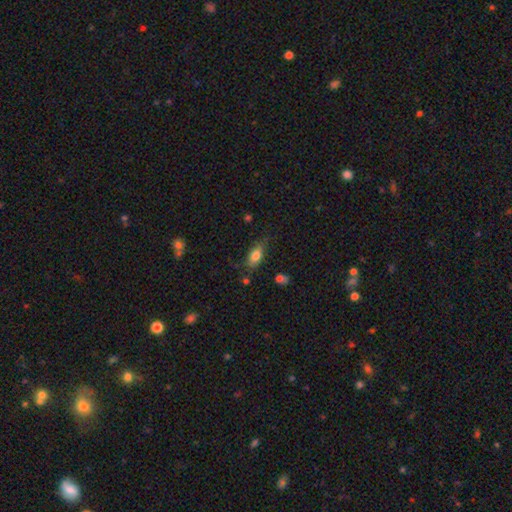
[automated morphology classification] smooth_or_featured: smooth (p=0.77) [alt: featured or disk p=0.15]
how_rounded: in between (p=0.82) [alt: cigar-shaped p=0.12]
merging: none (p=0.68) [alt: minor disturbance p=0.23]